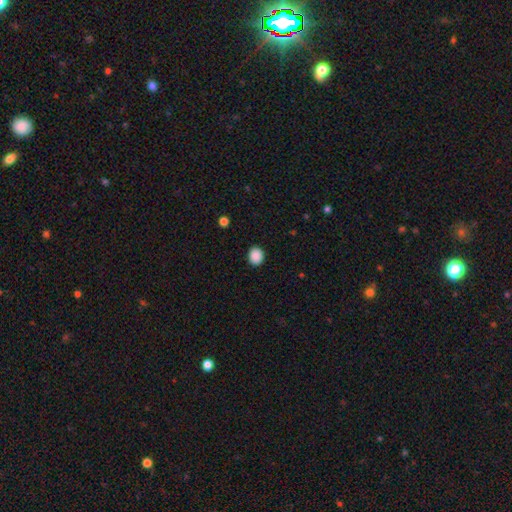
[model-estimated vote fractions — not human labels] Smooth or featured? Predicted: smooth (p=0.89). How rounded? Predicted: round (p=0.65). Merging? Predicted: none (p=0.91).